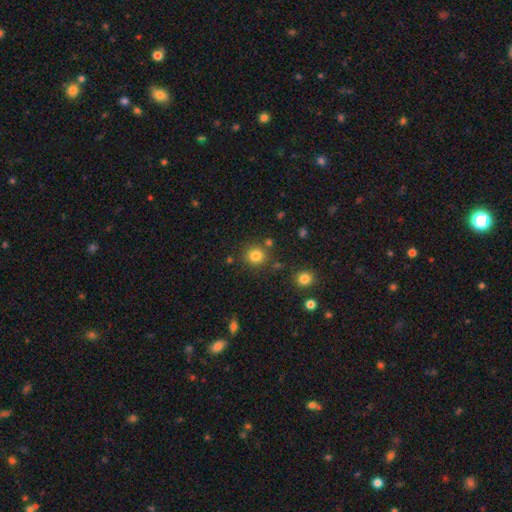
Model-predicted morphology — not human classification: smooth 82%, star or artifact 12%, featured or disk 6%. Down the decision tree: how rounded — round (89%); merging — none (83%).